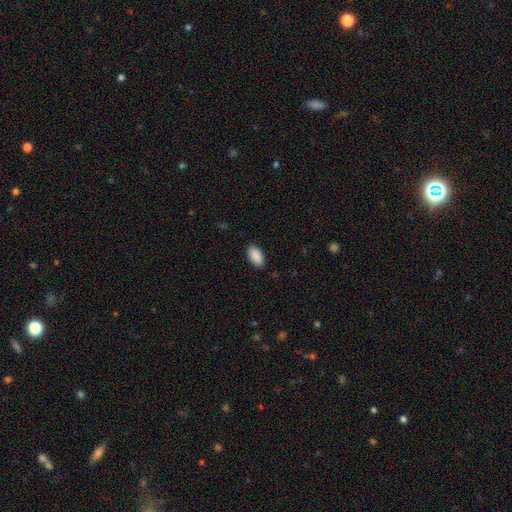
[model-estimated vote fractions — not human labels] Smooth or featured? smooth (91%)
How rounded? in between (95%)
Merging? none (88%)